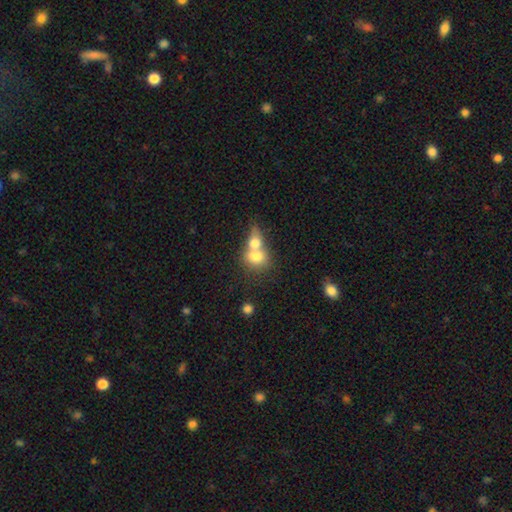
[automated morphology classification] smooth 72%, featured or disk 19%, star or artifact 9%. Down the decision tree: how rounded — in between (51%); merging — merger (75%).